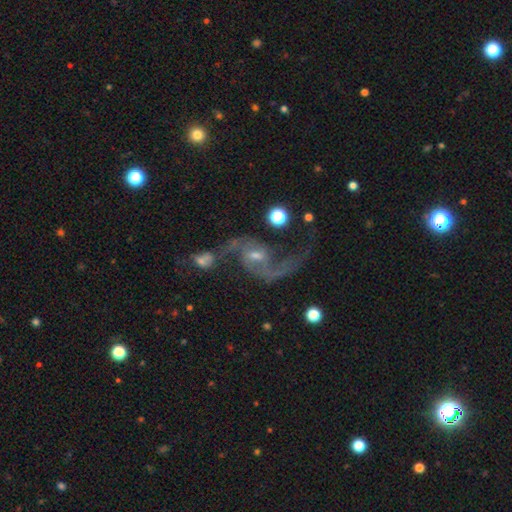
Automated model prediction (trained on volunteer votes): Smooth or featured? featured or disk (87%)
Edge-on disk? no (97%)
Bar? weak (44%)
Spiral arms? yes (96%)
Spiral winding? loose (71%)
Spiral arm count? 2 (90%)
Bulge size? small (47%)
Merging? none (44%)